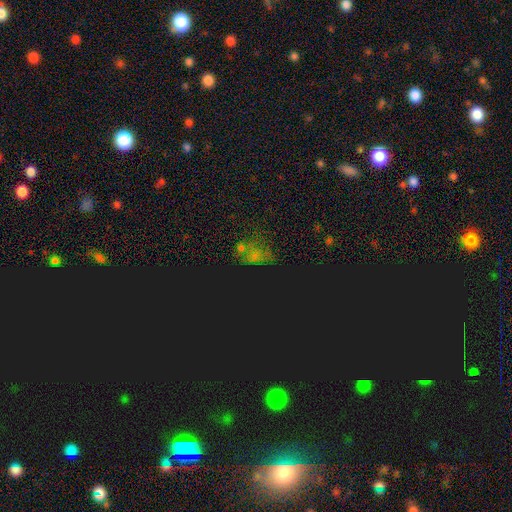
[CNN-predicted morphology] smooth-or-featured: star or artifact: 53% | smooth: 32% | featured or disk: 15%